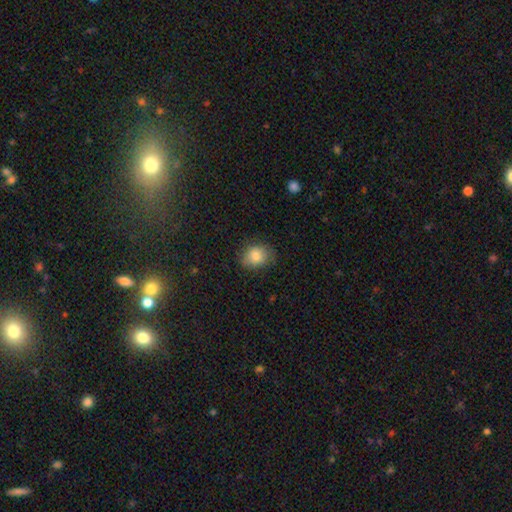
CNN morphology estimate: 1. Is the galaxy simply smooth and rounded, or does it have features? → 82% smooth, 9% featured or disk, 9% star or artifact.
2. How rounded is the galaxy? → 55% in between, 44% round, 1% cigar-shaped.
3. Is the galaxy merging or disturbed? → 76% none, 19% minor disturbance, 4% major disturbance, 1% merger.